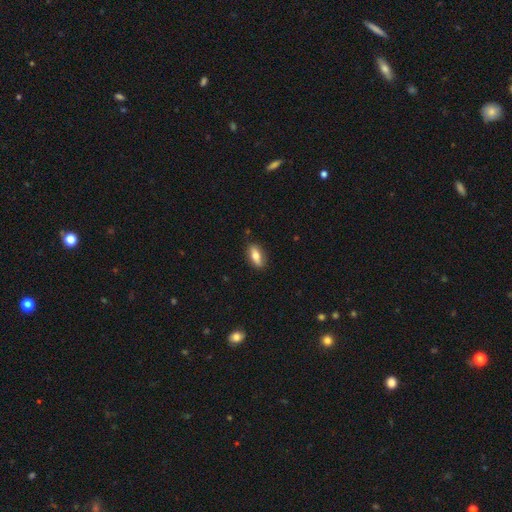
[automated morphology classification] Smooth or featured? Predicted: smooth (p=0.66). How rounded? Predicted: in between (p=0.76). Merging? Predicted: none (p=0.86).